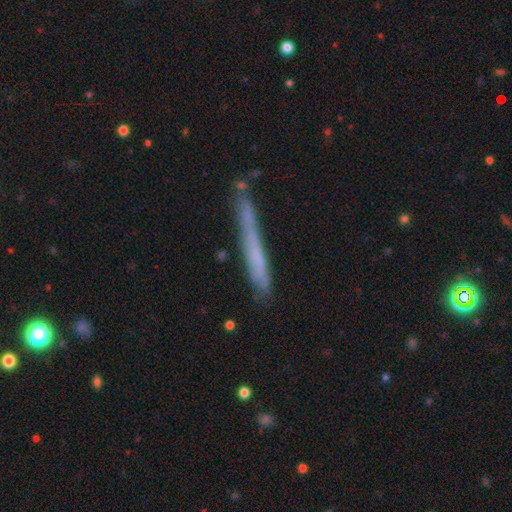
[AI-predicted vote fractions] Smooth or featured? smooth (53%)
How rounded? cigar-shaped (96%)
Merging? none (74%)